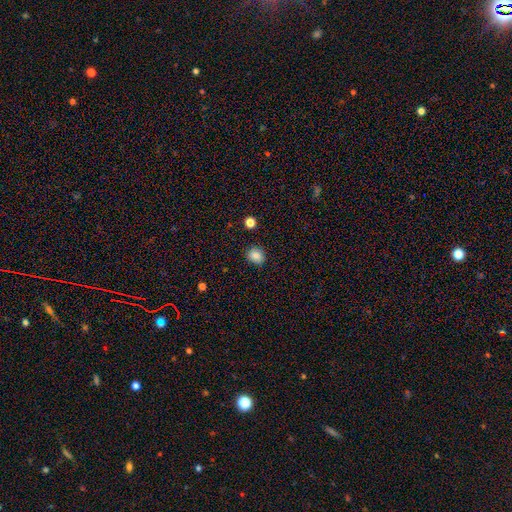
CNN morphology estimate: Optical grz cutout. It shows a smooth galaxy with no disk features (85%) that is round (67%). Merging: none (85%).